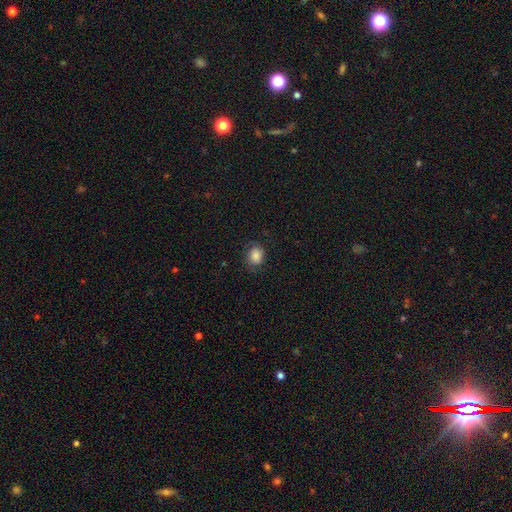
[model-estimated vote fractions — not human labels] A smooth galaxy with no disk features (84%) that is round (58%). Merging: none (75%).